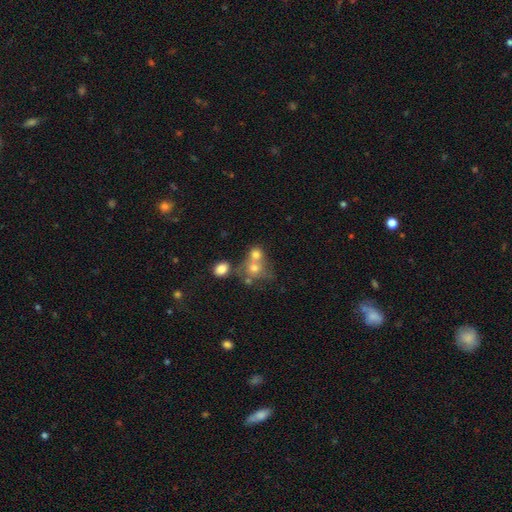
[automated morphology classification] smooth 63%, featured or disk 21%, star or artifact 17%. Down the decision tree: how rounded — round (72%); merging — merger (53%).